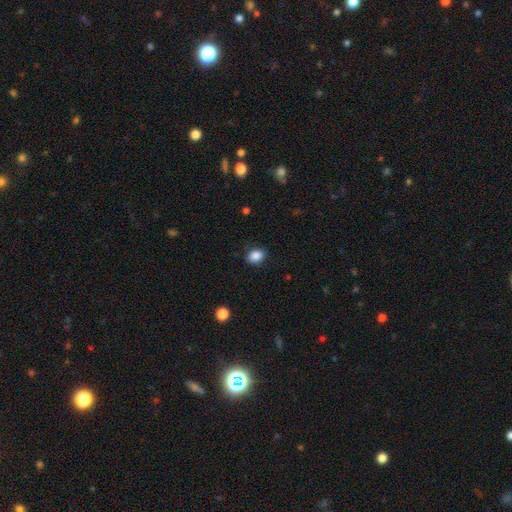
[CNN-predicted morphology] Smooth or featured? Predicted: smooth (p=0.87). How rounded? Predicted: in between (p=0.66). Merging? Predicted: none (p=0.86).